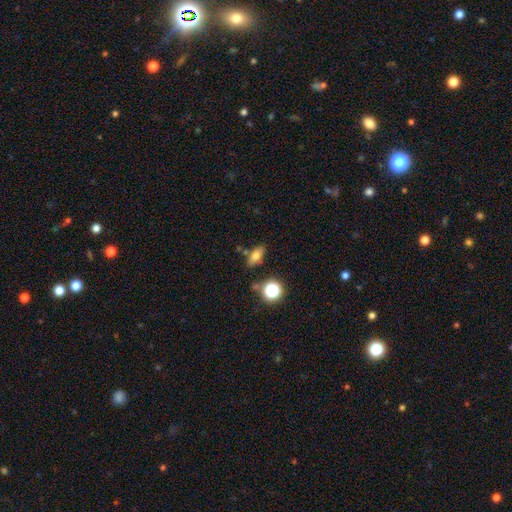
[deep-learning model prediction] Smooth or featured? Predicted: smooth (p=0.72). How rounded? Predicted: in between (p=0.78). Merging? Predicted: none (p=0.75).